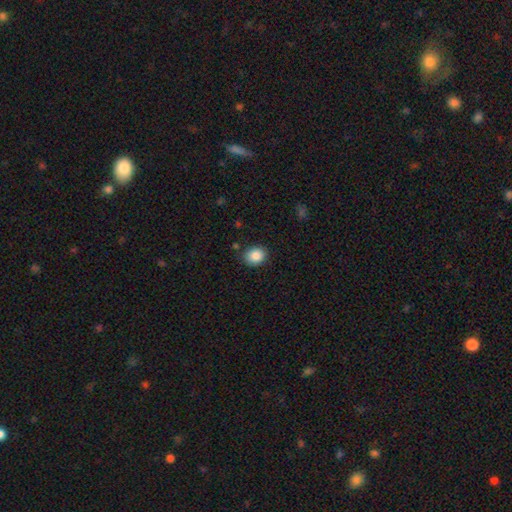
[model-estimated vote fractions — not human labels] This is clearly a smooth galaxy (87%). How rounded: likely round (60%). Merging: clearly none (84%).